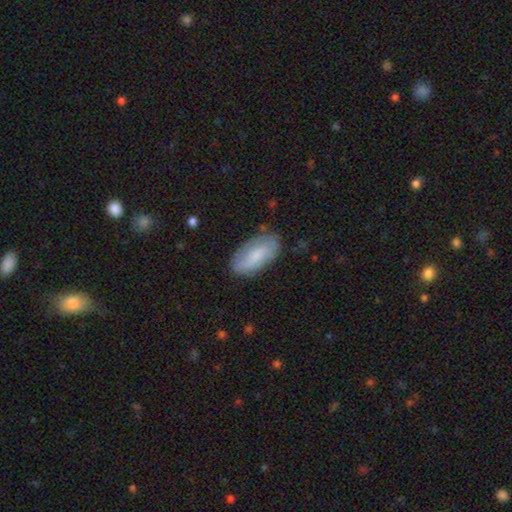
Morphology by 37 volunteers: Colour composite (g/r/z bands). It shows a smooth galaxy with no disk features (62%) that is in between round and cigar-shaped (96%). Merging: none (81%).